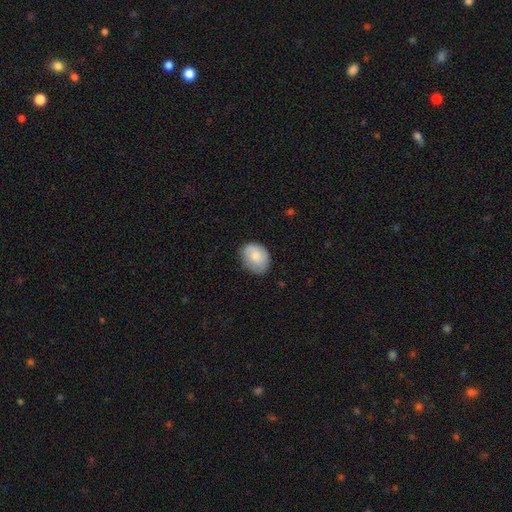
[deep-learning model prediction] smooth_or_featured: smooth (p=0.79) [alt: featured or disk p=0.14]
how_rounded: in between (p=0.63) [alt: round p=0.37]
merging: none (p=0.73) [alt: minor disturbance p=0.21]